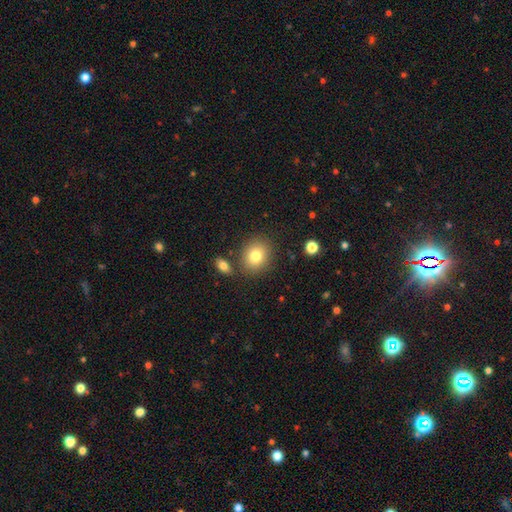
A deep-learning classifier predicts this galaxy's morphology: This is likely a smooth galaxy (80%). How rounded: likely round (68%). Merging: clearly none (81%).